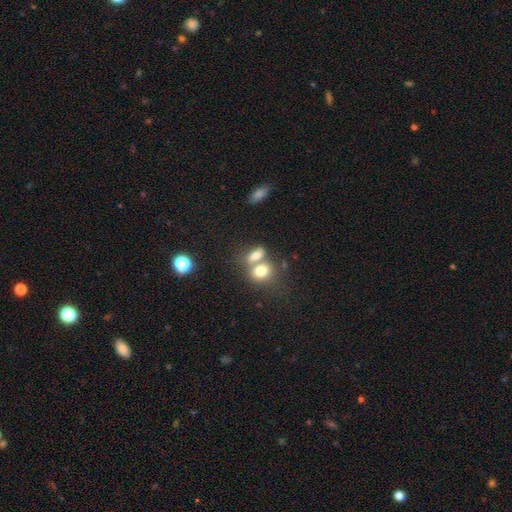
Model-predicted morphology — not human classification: Smooth or featured?
  - smooth: 76% *
  - featured or disk: 14%
  - star or artifact: 10%
How rounded?
  - in between: 68% *
  - round: 28%
  - cigar-shaped: 4%
Merging?
  - merger: 58% *
  - none: 29%
  - minor disturbance: 8%
  - major disturbance: 4%